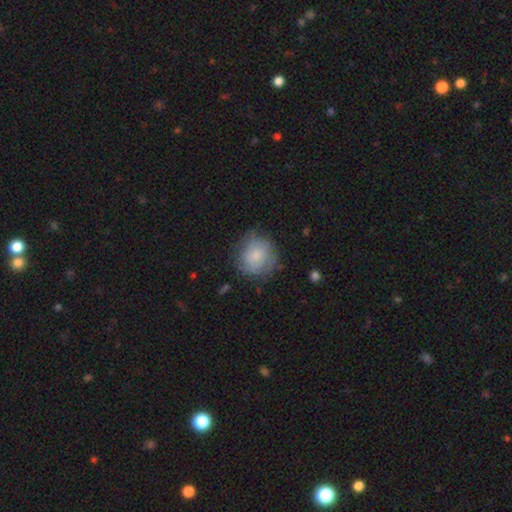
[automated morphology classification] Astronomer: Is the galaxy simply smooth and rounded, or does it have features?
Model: smooth — 67%.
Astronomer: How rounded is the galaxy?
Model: round — 86%.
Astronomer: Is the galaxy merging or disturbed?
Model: none — 68%.